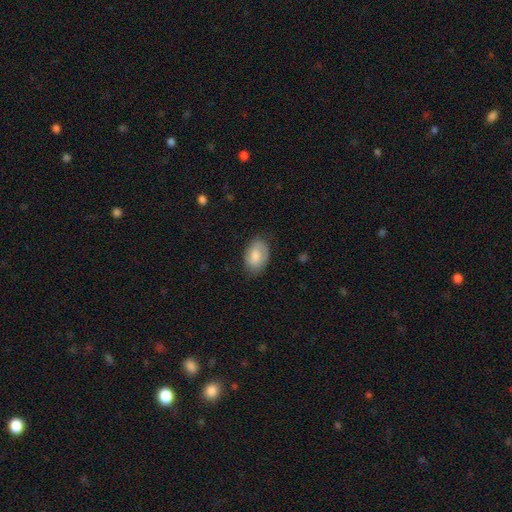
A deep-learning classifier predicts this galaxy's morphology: smooth-or-featured: smooth: 77% | featured or disk: 17% | star or artifact: 6%
  how-rounded: in between: 89% | round: 10% | cigar-shaped: 1%
  merging: none: 75% | minor disturbance: 20% | major disturbance: 5% | merger: 1%